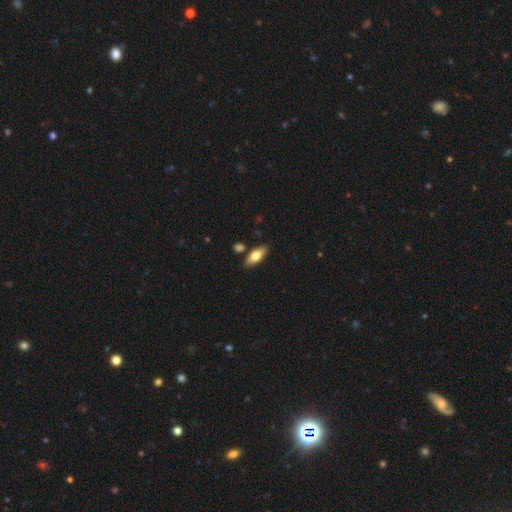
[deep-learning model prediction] Overall: smooth (70%). How rounded: in between (77%). Merging: none (84%).